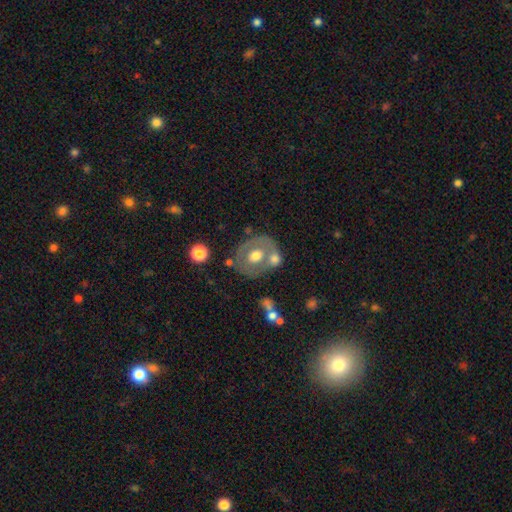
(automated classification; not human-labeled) Smooth or featured? featured or disk (48%)
Merging? none (56%)